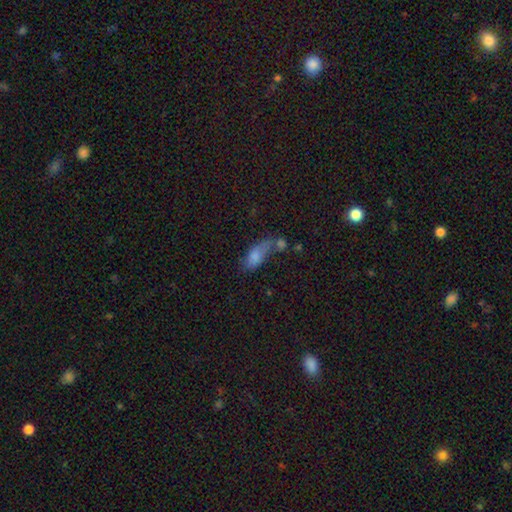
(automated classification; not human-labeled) Smooth or featured?
  - smooth: 73% *
  - featured or disk: 16%
  - star or artifact: 11%
How rounded?
  - in between: 82% *
  - cigar-shaped: 13%
  - round: 5%
Merging?
  - merger: 31% *
  - none: 29%
  - minor disturbance: 22%
  - major disturbance: 19%